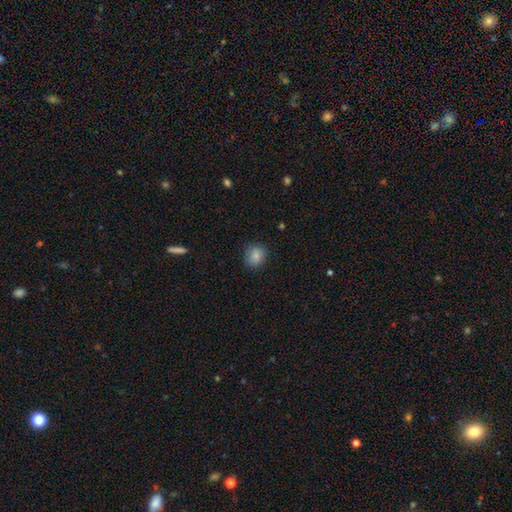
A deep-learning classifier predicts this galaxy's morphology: Smooth or featured? Predicted: smooth (p=0.85). How rounded? Predicted: round (p=0.73). Merging? Predicted: none (p=0.83).